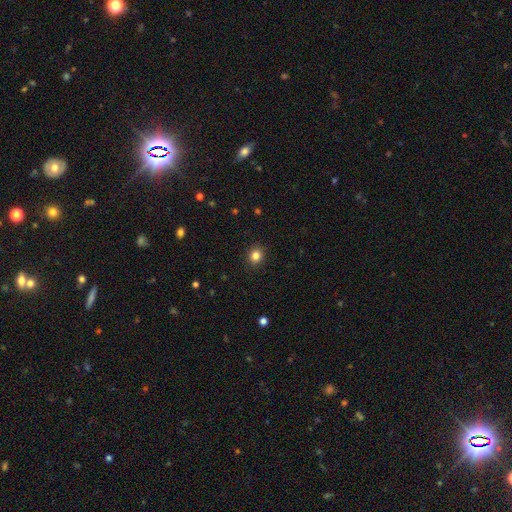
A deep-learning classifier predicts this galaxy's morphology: smooth_or_featured: smooth (p=0.83) [alt: star or artifact p=0.12]
how_rounded: round (p=0.80) [alt: in between p=0.20]
merging: none (p=0.91) [alt: minor disturbance p=0.06]